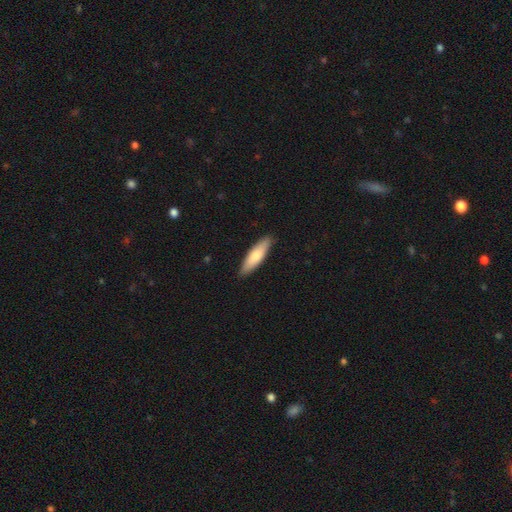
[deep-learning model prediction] This appears to be a smooth galaxy with no disk features (73%) that is cigar-shaped (63%). Merging: none (88%).